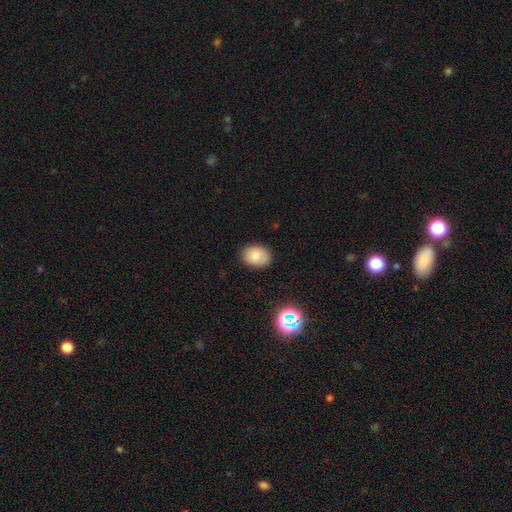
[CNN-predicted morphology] smooth-or-featured: smooth: 79% | featured or disk: 11% | star or artifact: 10%
  how-rounded: in between: 68% | round: 31% | cigar-shaped: 1%
  merging: none: 84% | minor disturbance: 12% | major disturbance: 2% | merger: 1%